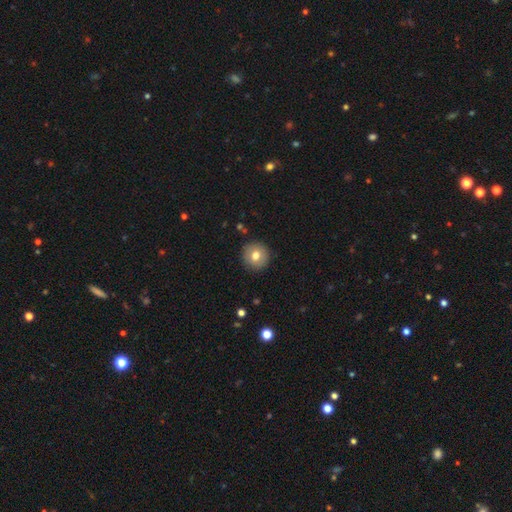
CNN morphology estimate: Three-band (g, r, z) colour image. It shows a smooth galaxy with no disk features (76%) that is round (95%). Merging: none (91%).